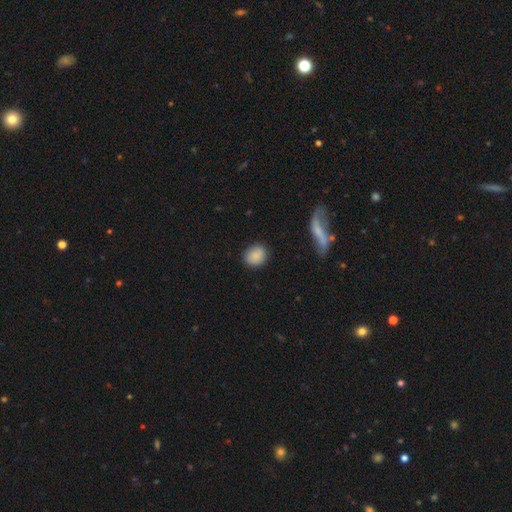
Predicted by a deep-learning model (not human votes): smooth 87%, star or artifact 8%, featured or disk 5%. Down the decision tree: how rounded — round (65%); merging — none (86%).